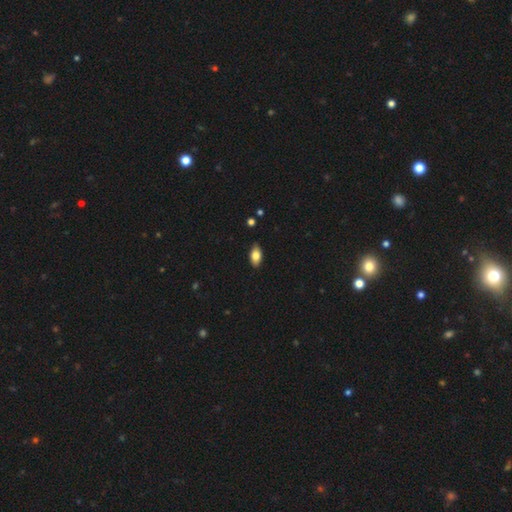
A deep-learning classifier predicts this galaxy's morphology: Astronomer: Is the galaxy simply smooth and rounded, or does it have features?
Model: smooth — 80%.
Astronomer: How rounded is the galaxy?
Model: in between — 91%.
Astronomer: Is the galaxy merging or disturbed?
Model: none — 86%.